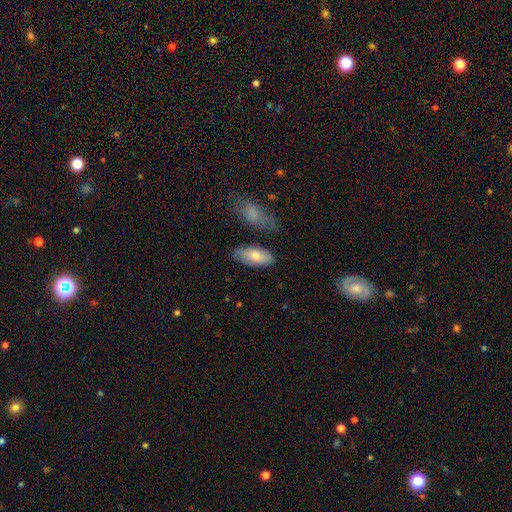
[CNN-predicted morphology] type=smooth (77%); roundness=in between (88%); merging=none (76%).